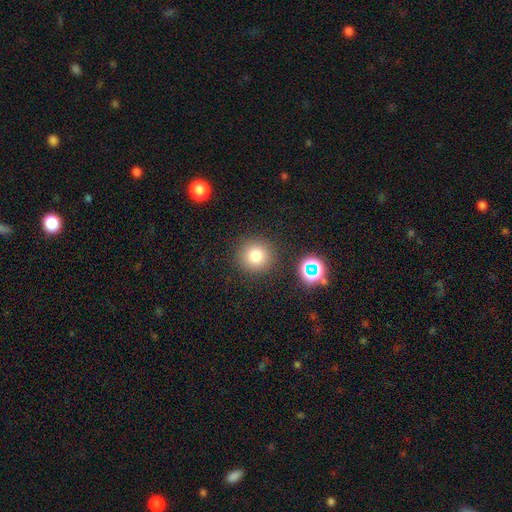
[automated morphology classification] Smooth or featured? Predicted: smooth (p=0.78). How rounded? Predicted: round (p=0.94). Merging? Predicted: none (p=0.87).